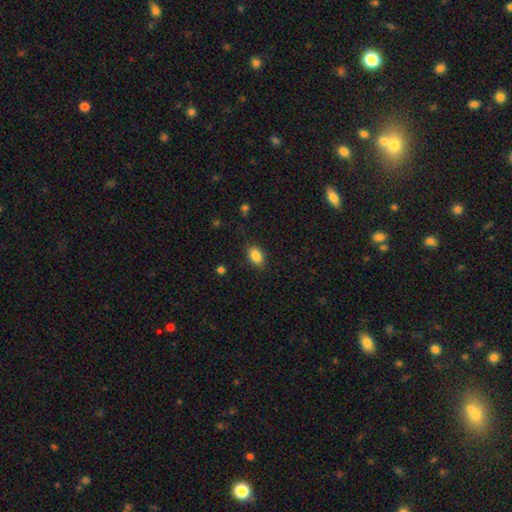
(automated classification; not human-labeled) Overall: smooth (86%). How rounded: in between (84%). Merging: none (82%).